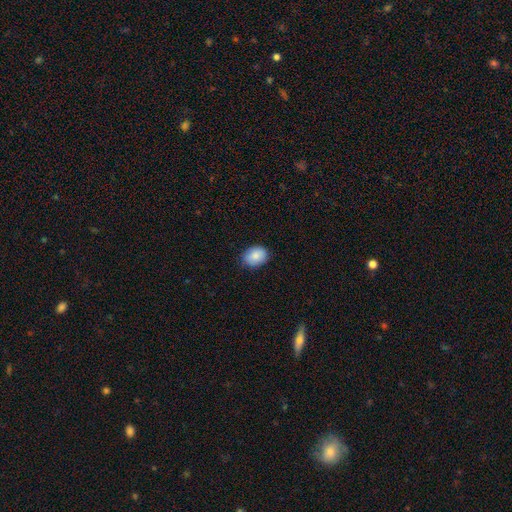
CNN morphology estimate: The model was most divided on "how rounded": in between: 64%, round: 35%, cigar-shaped: 1%. More confident: smooth or featured — smooth (85%); merging — none (83%).